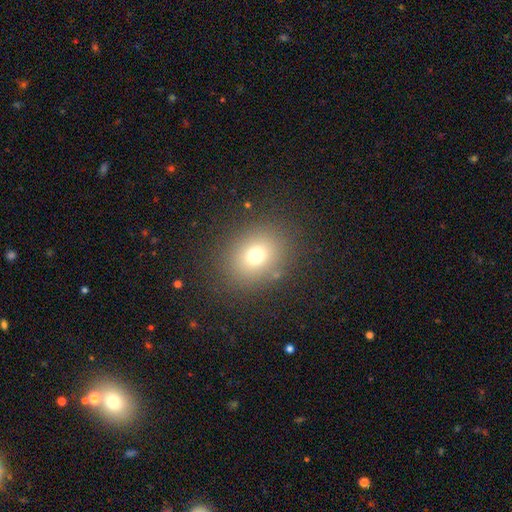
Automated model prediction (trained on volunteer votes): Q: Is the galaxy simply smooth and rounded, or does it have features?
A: smooth — 71%.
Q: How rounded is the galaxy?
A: round — 61%.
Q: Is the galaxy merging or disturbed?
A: none — 84%.